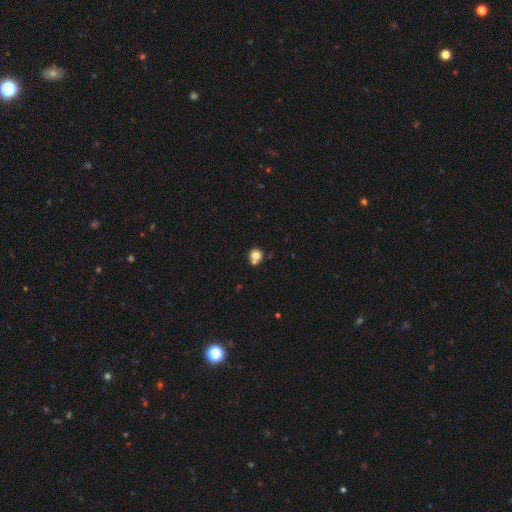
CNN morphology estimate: smooth-or-featured: smooth: 78% | star or artifact: 11% | featured or disk: 11%
  how-rounded: round: 87% | in between: 12% | cigar-shaped: 1%
  merging: none: 55% | merger: 30% | minor disturbance: 11% | major disturbance: 4%